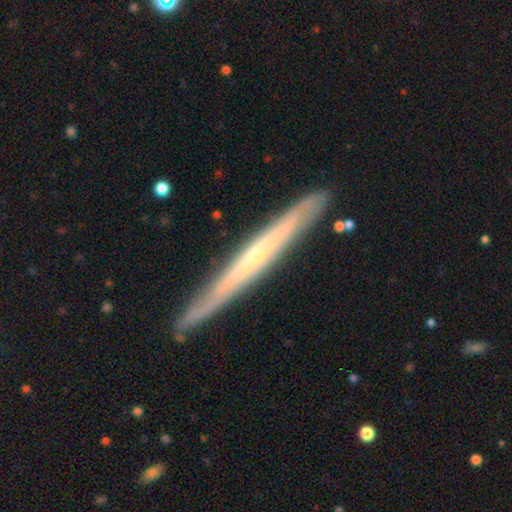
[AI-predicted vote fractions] featured or disk 72%, smooth 23%, star or artifact 5%. Down the decision tree: edge-on disk — yes (93%); edge-on bulge — none (60%); merging — none (86%).